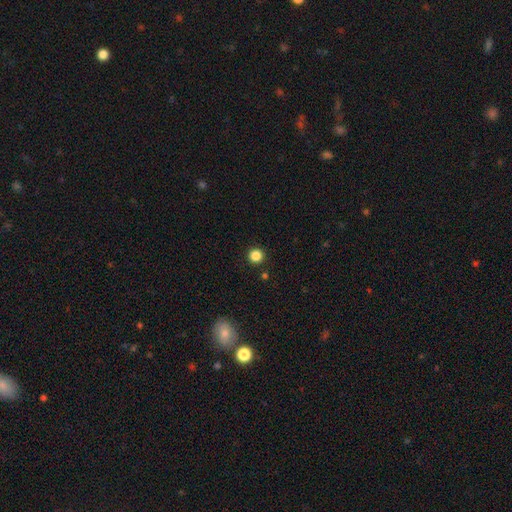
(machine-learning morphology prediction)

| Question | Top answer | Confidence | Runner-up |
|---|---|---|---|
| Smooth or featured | smooth | 85% | star or artifact (12%) |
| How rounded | round | 96% | in between (3%) |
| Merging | none | 93% | minor disturbance (4%) |